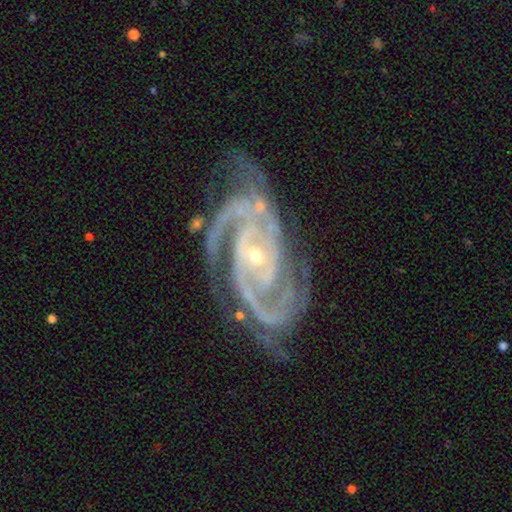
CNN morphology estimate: Smooth or featured?
  - featured or disk: 93% *
  - star or artifact: 5%
  - smooth: 2%
Edge-on disk?
  - no: 97% *
  - yes: 3%
Bar?
  - no: 56% *
  - weak: 25%
  - strong: 19%
Spiral arms?
  - yes: 99% *
  - no: 1%
Spiral winding?
  - tight: 64% *
  - medium: 33%
  - loose: 4%
Spiral arm count?
  - 2: 37% *
  - 3: 34%
  - 4: 11%
  - can't tell: 7%
  - more than 4: 5%
  - 1: 5%
Bulge size?
  - small: 73% *
  - moderate: 24%
  - large: 1%
  - none: 1%
  - dominant: 1%
Merging?
  - none: 69% *
  - minor disturbance: 20%
  - major disturbance: 9%
  - merger: 2%